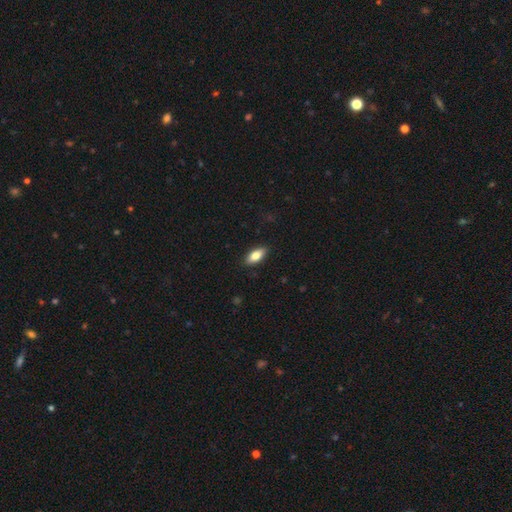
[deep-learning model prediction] A smooth galaxy with no disk features (79%) that is in between round and cigar-shaped (83%).

Vote fractions:
- Smooth or featured? smooth: 79% / featured or disk: 15% / star or artifact: 6%
- How rounded? in between: 83% / cigar-shaped: 14% / round: 3%
- Merging? none: 89% / minor disturbance: 9% / major disturbance: 2% / merger: 1%